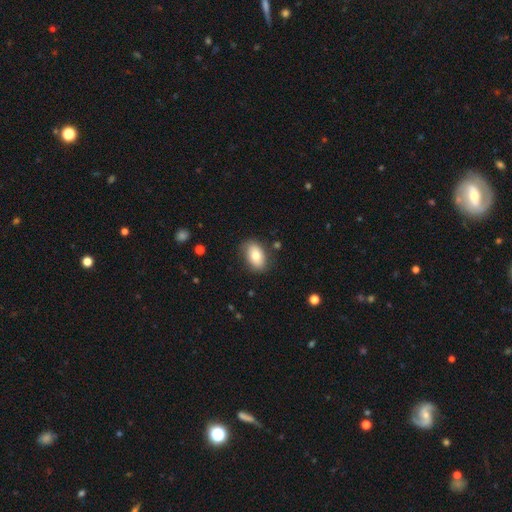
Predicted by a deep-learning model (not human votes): This appears to be a smooth galaxy with no disk features (78%) that is in between round and cigar-shaped (89%). Merging: none (82%).